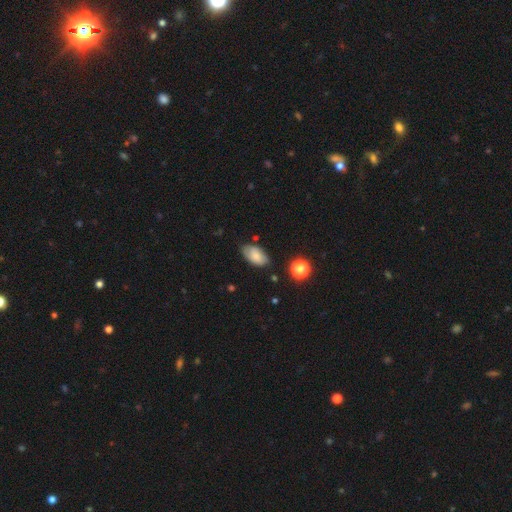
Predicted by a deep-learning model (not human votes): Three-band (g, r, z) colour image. It shows a smooth galaxy with no disk features (75%) that is in between round and cigar-shaped (93%). Merging: none (69%).